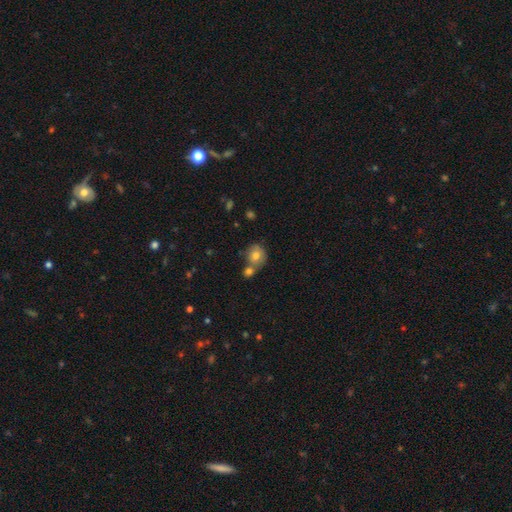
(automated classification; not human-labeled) Smooth or featured?
  - smooth: 76% *
  - featured or disk: 14%
  - star or artifact: 10%
How rounded?
  - round: 79% *
  - in between: 20%
  - cigar-shaped: 1%
Merging?
  - none: 44% *
  - merger: 41%
  - minor disturbance: 11%
  - major disturbance: 4%